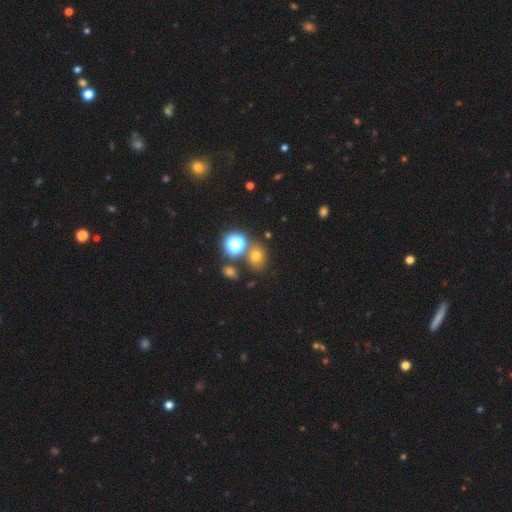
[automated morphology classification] type=smooth (66%); roundness=round (62%); merging=none (72%).